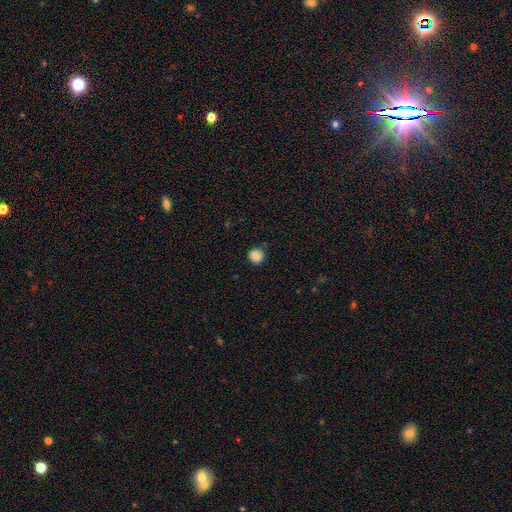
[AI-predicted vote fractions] This appears to be a smooth galaxy with no disk features (87%) that is round (91%). Merging: none (82%).